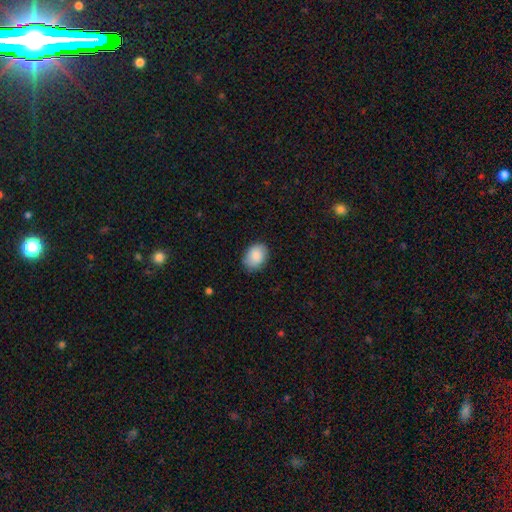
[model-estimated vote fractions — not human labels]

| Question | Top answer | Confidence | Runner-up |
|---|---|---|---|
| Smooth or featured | smooth | 88% | star or artifact (6%) |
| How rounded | in between | 66% | round (33%) |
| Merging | none | 83% | minor disturbance (13%) |